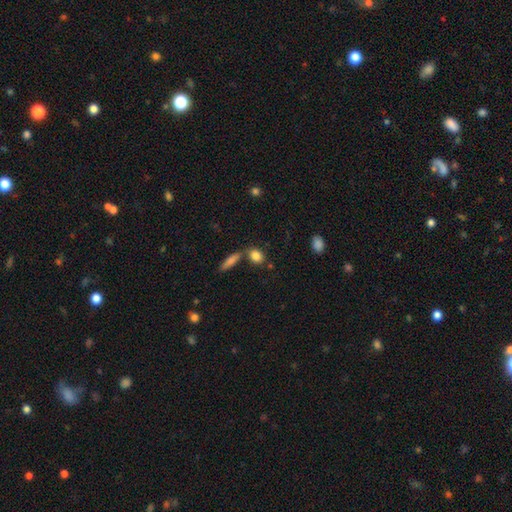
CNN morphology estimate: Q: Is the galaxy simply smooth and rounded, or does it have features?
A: smooth — 84%.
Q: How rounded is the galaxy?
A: in between — 49%.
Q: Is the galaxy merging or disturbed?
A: none — 64%.